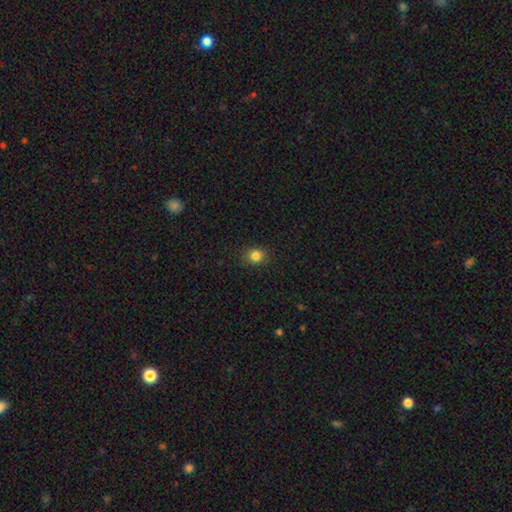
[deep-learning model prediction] The model was most divided on "how rounded": round: 81%, in between: 18%, cigar-shaped: 1%. More confident: merging — none (90%); smooth or featured — smooth (84%).